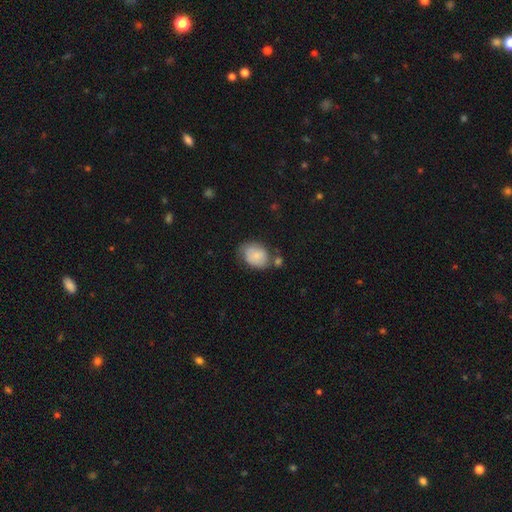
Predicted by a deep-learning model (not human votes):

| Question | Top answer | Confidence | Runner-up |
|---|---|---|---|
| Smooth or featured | smooth | 73% | featured or disk (20%) |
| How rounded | in between | 68% | round (31%) |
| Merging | none | 49% | minor disturbance (28%) |